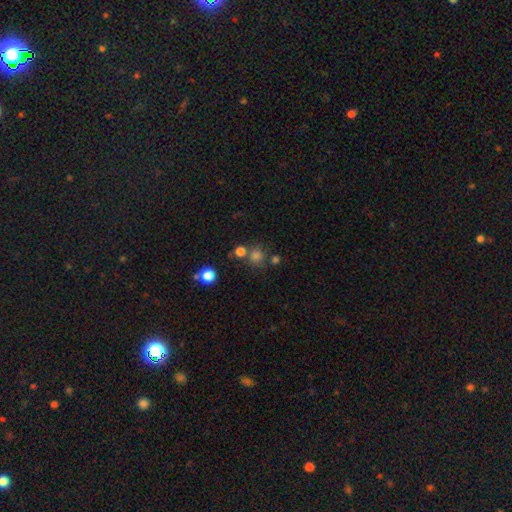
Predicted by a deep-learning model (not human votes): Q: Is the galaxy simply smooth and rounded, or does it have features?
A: smooth — 75%.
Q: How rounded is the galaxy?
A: round — 91%.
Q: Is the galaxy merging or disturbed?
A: none — 71%.